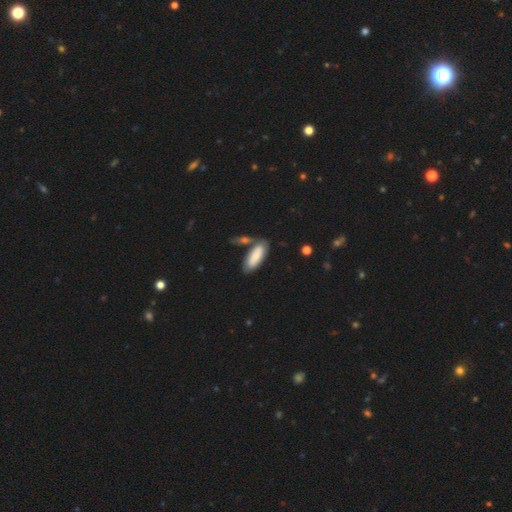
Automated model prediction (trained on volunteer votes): smooth-or-featured: smooth: 77% | featured or disk: 17% | star or artifact: 6%
  how-rounded: in between: 73% | cigar-shaped: 26% | round: 2%
  merging: none: 61% | merger: 19% | minor disturbance: 16% | major disturbance: 4%